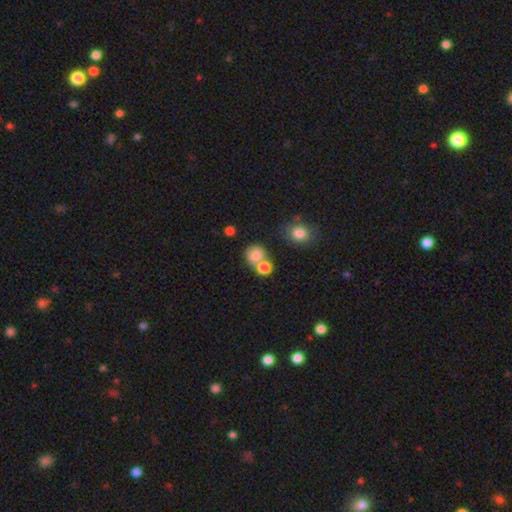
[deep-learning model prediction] smooth 77%, star or artifact 12%, featured or disk 12%. Down the decision tree: how rounded — round (72%); merging — none (42%).